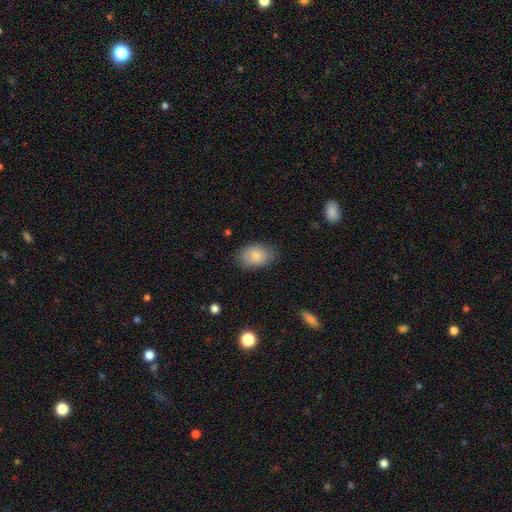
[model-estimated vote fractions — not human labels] Overall: smooth (83%). How rounded: in between (85%). Merging: none (83%).